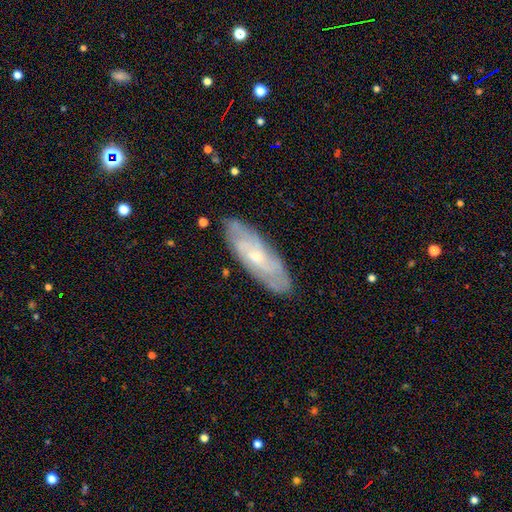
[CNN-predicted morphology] This is likely a featured or disk galaxy (68%). It is clearly not viewed edge-on (80%). Bar: likely no (61%). Spiral arm pattern: clearly yes (85%). Central bulge: likely small (63%). Merging: clearly none (83%).